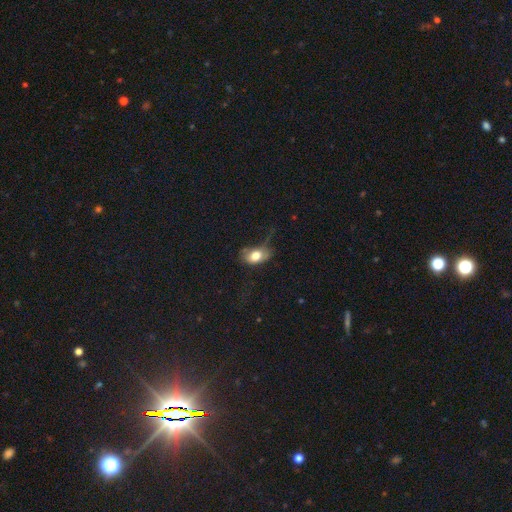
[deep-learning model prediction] Smooth or featured? smooth (74%)
How rounded? in between (83%)
Merging? none (35%)